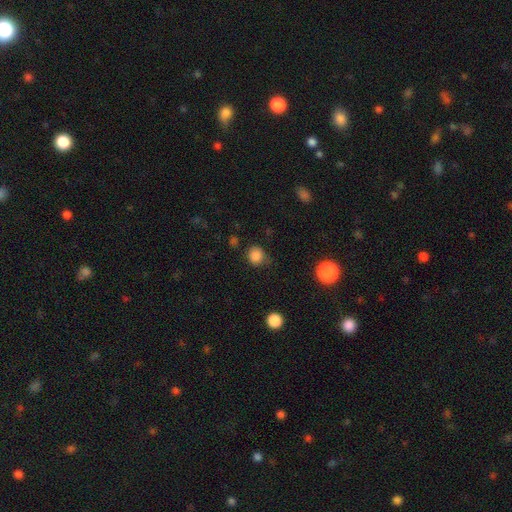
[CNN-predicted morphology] This is clearly a smooth galaxy (84%). How rounded: clearly round (82%). Merging: likely none (72%).